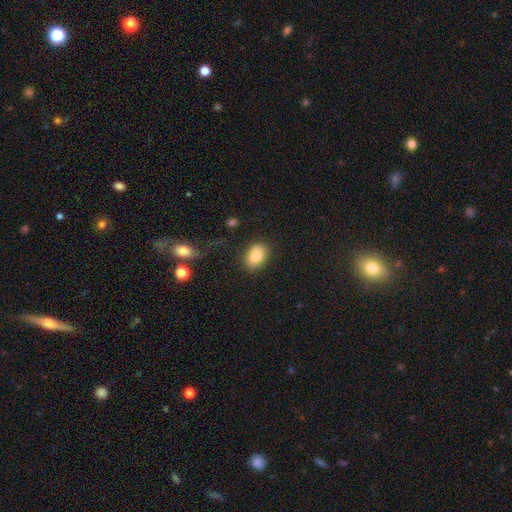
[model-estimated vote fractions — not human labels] Q: Smooth or featured?
A: smooth (82%); runner-up: featured or disk (9%)
Q: How rounded?
A: in between (71%); runner-up: round (28%)
Q: Merging?
A: none (85%); runner-up: minor disturbance (10%)